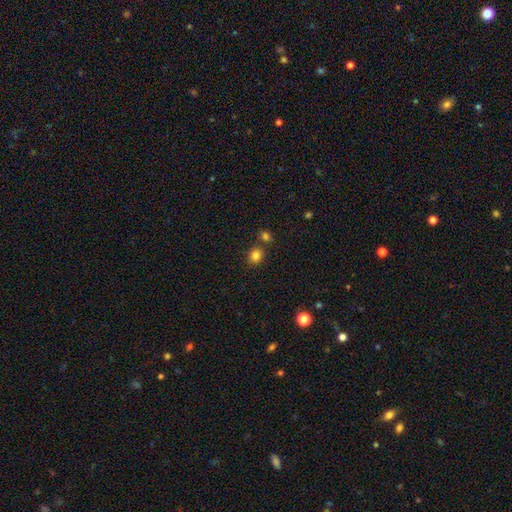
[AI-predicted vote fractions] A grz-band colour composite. It shows a smooth galaxy with no disk features (82%) that is round (73%). Merging: none (76%).